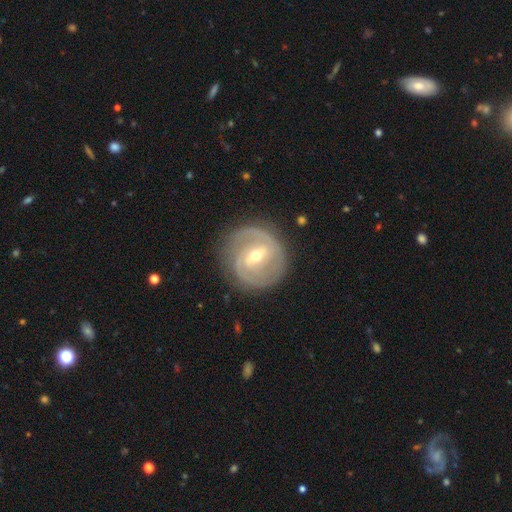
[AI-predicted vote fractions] This appears to be a featured or disk galaxy (85%) with a weak bar (51%), 2 (64%) tight (55%) spiral arms (93%) and a moderate central bulge (50%). Merging: none (81%).